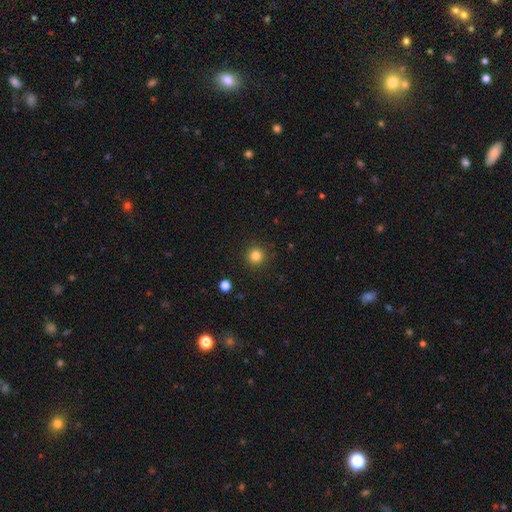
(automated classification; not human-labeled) This is clearly a smooth galaxy (82%). How rounded: clearly round (95%). Merging: clearly none (92%).